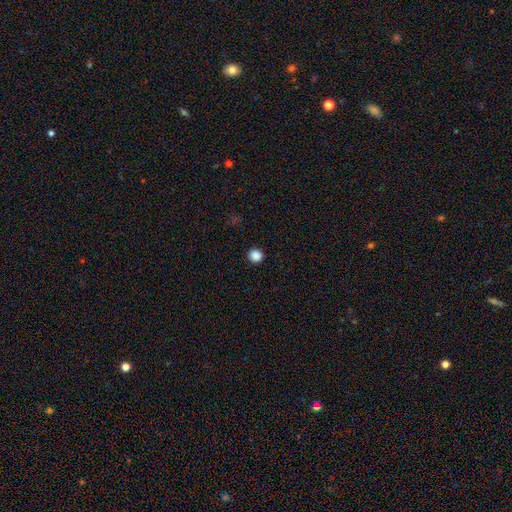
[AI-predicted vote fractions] smooth_or_featured: smooth (p=0.86) [alt: star or artifact p=0.11]
how_rounded: round (p=0.92) [alt: in between p=0.07]
merging: none (p=0.93) [alt: minor disturbance p=0.04]